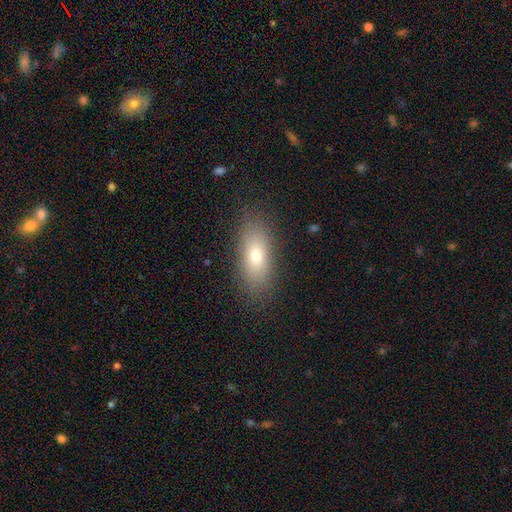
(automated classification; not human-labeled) This appears to be a smooth galaxy with no disk features (71%) that is in between round and cigar-shaped (74%). Merging: none (86%).